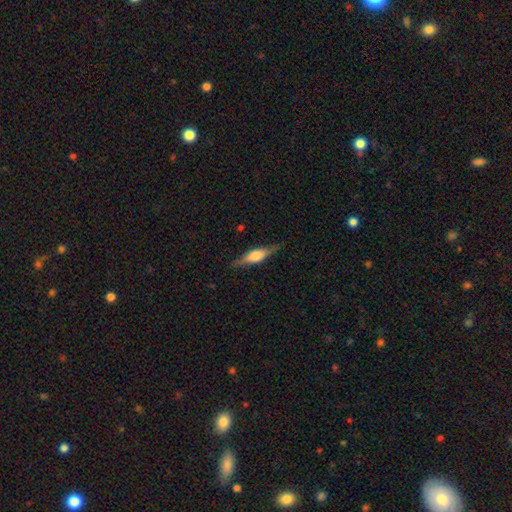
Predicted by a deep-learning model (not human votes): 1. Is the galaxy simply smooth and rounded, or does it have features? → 55% featured or disk, 39% smooth, 7% star or artifact.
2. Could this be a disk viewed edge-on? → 94% yes, 6% no.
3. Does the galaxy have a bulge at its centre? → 79% rounded, 17% boxy, 3% none.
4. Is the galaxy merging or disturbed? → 84% none, 12% minor disturbance, 3% major disturbance, 1% merger.